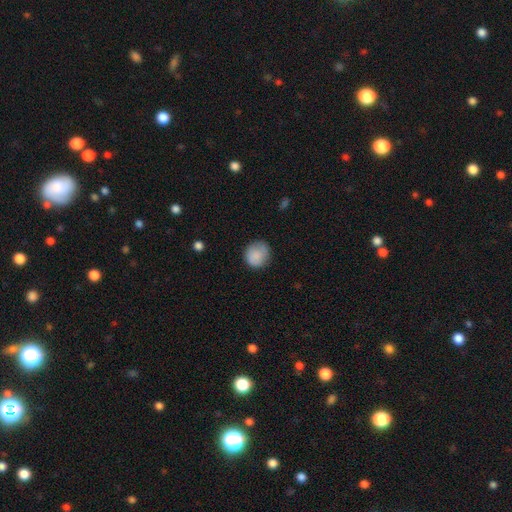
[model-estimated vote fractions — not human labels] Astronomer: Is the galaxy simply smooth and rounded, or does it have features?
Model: smooth — 86%.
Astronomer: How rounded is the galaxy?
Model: round — 85%.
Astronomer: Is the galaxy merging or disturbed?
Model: none — 74%.